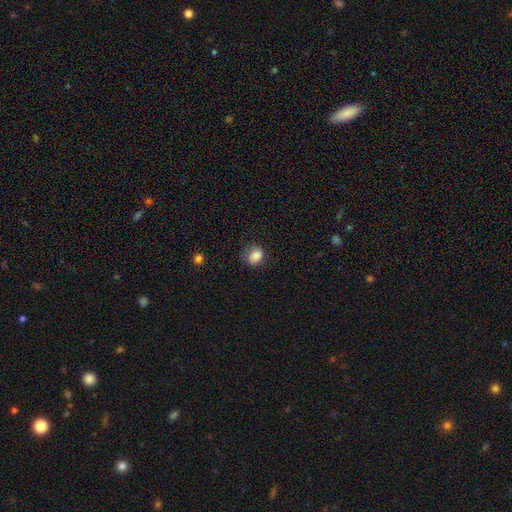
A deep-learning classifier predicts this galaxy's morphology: Overall: smooth (85%). How rounded: round (54%; in between 45%). Merging: none (65%).